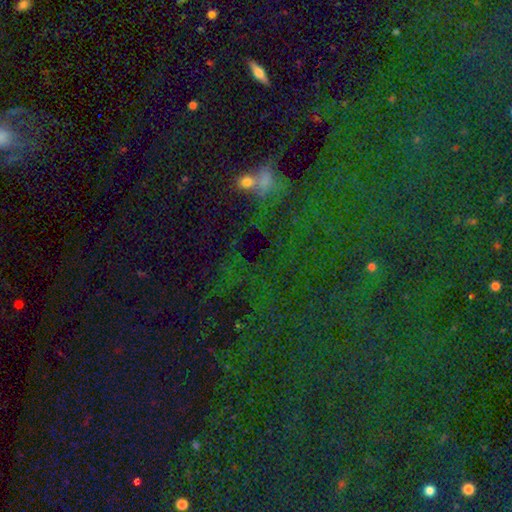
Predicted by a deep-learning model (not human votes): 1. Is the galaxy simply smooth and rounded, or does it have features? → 66% star or artifact, 21% smooth, 13% featured or disk.